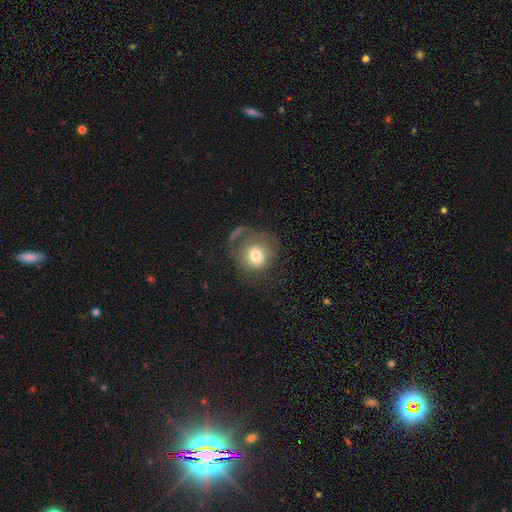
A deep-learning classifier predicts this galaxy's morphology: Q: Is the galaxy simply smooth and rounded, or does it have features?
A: smooth — 75%.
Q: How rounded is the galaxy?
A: round — 86%.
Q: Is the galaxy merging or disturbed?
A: none — 53%.